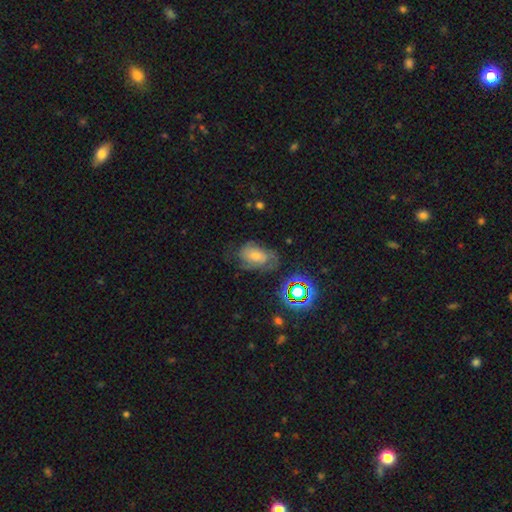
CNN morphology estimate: Smooth or featured: featured or disk — 46% (smooth — 34%)
Merging: none — 53% (minor disturbance — 27%)